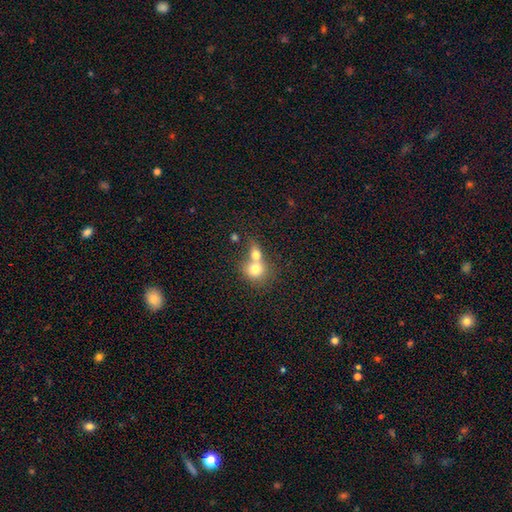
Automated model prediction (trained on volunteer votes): smooth_or_featured: smooth (p=0.65) [alt: star or artifact p=0.19]
how_rounded: round (p=0.78) [alt: in between p=0.21]
merging: merger (p=0.54) [alt: none p=0.36]